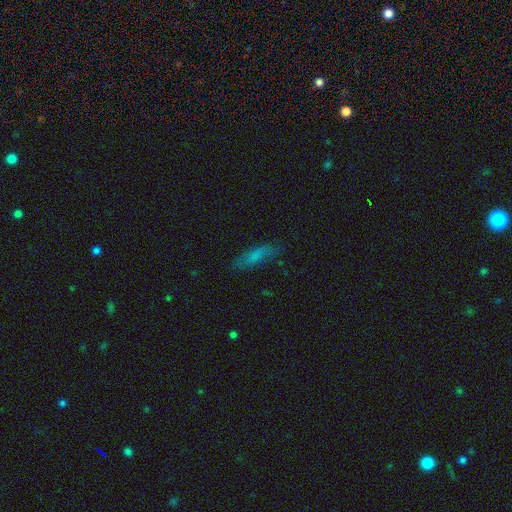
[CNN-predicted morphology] Q: Smooth or featured?
A: smooth (72%); runner-up: featured or disk (18%)
Q: How rounded?
A: cigar-shaped (59%); runner-up: in between (39%)
Q: Merging?
A: none (78%); runner-up: minor disturbance (17%)